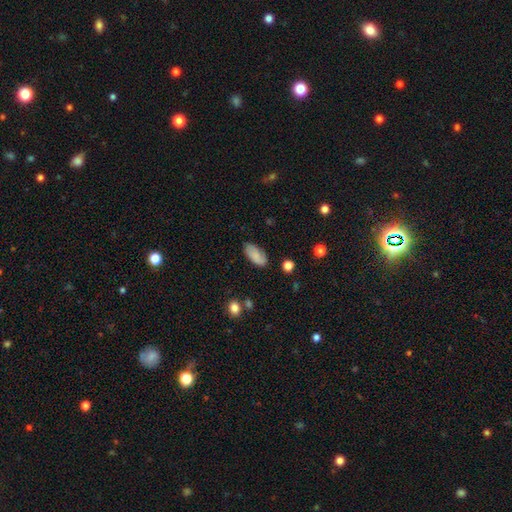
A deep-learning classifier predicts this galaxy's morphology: Smooth or featured?
  - smooth: 74% *
  - featured or disk: 19%
  - star or artifact: 8%
How rounded?
  - in between: 91% *
  - cigar-shaped: 6%
  - round: 3%
Merging?
  - none: 77% *
  - minor disturbance: 17%
  - major disturbance: 4%
  - merger: 2%